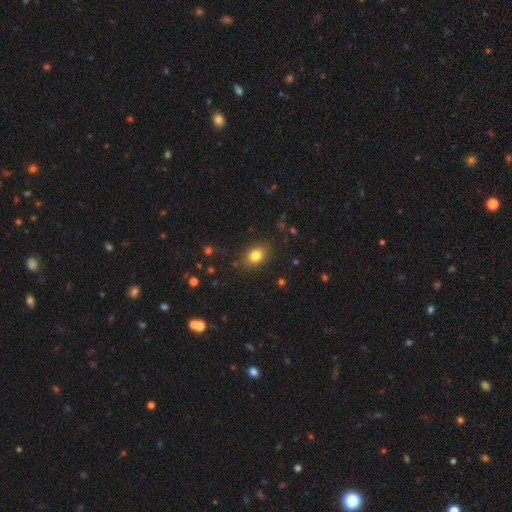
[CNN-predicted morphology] Q: Smooth or featured?
A: smooth (81%); runner-up: star or artifact (11%)
Q: How rounded?
A: in between (69%); runner-up: round (29%)
Q: Merging?
A: none (85%); runner-up: minor disturbance (11%)